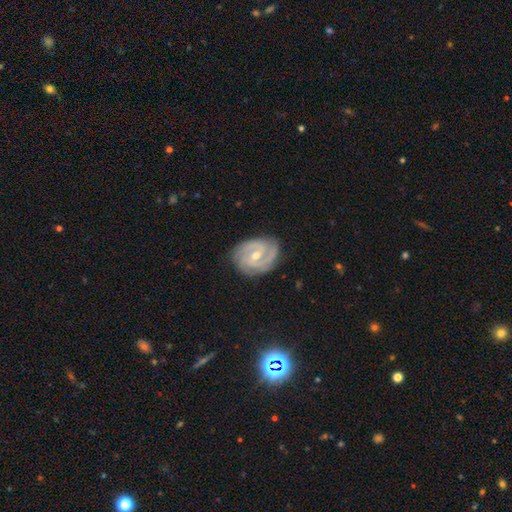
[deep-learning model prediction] Overall: featured or disk (87%). Edge-on disk: no (97%). Bar: weak (47%; no 35%). Spiral arms: yes (96%). Spiral arm count: 2 (52%; 3 24%). Spiral winding: tight (62%; medium 32%). Bulge size: moderate (60%; small 37%). Merging: none (79%).